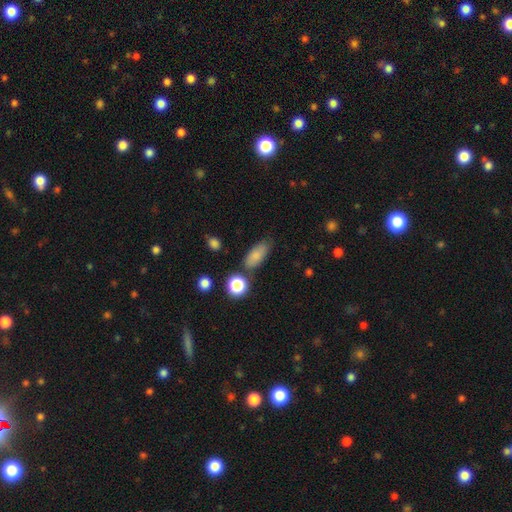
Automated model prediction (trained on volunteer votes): smooth_or_featured: smooth (p=0.81) [alt: star or artifact p=0.10]
how_rounded: in between (p=0.80) [alt: cigar-shaped p=0.13]
merging: none (p=0.71) [alt: minor disturbance p=0.18]